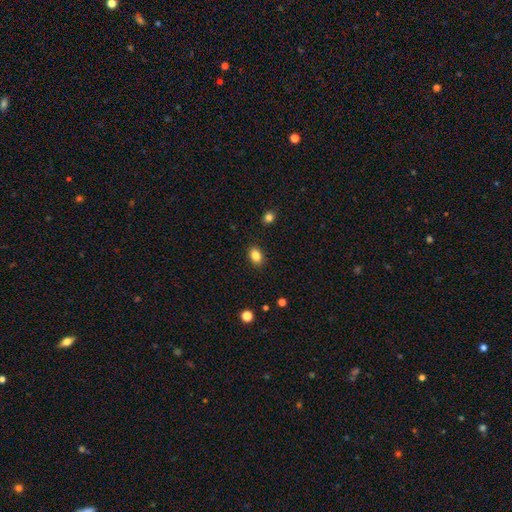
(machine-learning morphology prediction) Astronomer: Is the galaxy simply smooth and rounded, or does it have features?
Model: smooth — 85%.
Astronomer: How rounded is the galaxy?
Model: in between — 79%.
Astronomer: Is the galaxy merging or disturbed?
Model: none — 88%.